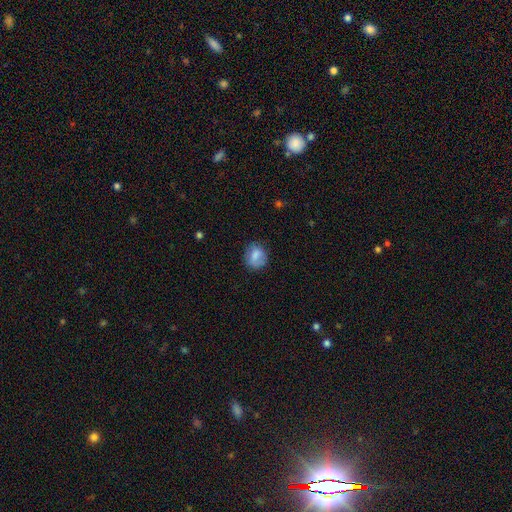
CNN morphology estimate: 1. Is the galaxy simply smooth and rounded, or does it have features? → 78% smooth, 14% featured or disk, 9% star or artifact.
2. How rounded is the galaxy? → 69% round, 30% in between, 1% cigar-shaped.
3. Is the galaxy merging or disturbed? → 72% none, 20% minor disturbance, 6% major disturbance, 2% merger.